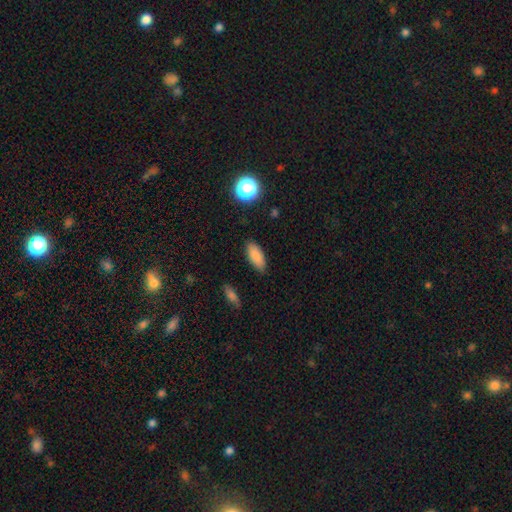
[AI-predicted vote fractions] Q: Smooth or featured?
A: smooth (85%); runner-up: star or artifact (9%)
Q: How rounded?
A: in between (82%); runner-up: cigar-shaped (15%)
Q: Merging?
A: none (85%); runner-up: minor disturbance (11%)